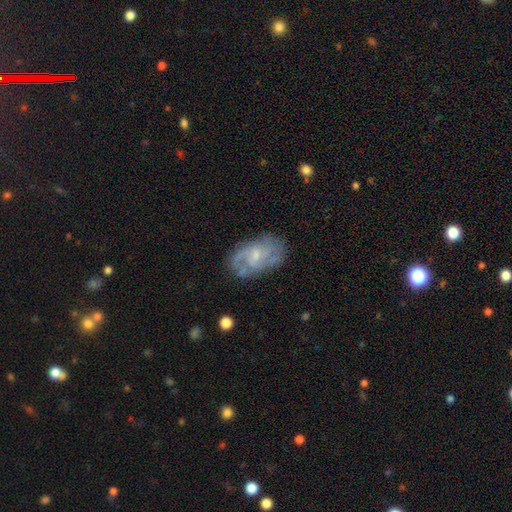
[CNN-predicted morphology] smooth-or-featured: featured or disk: 75% | smooth: 18% | star or artifact: 7%
  disk-edge-on: no: 97% | yes: 3%
    bar: no: 54% | weak: 40% | strong: 6%
    has-spiral-arms: yes: 88% | no: 12%
      spiral-winding: medium: 44% | tight: 33% | loose: 23%
      spiral-arm-count: can't tell: 34% | 2: 33% | 3: 18% | 4: 7% | 1: 5% | more than 4: 4%
    bulge-size: small: 64% | moderate: 26% | none: 8% | large: 1% | dominant: 1%
  merging: none: 69% | minor disturbance: 20% | major disturbance: 9% | merger: 2%